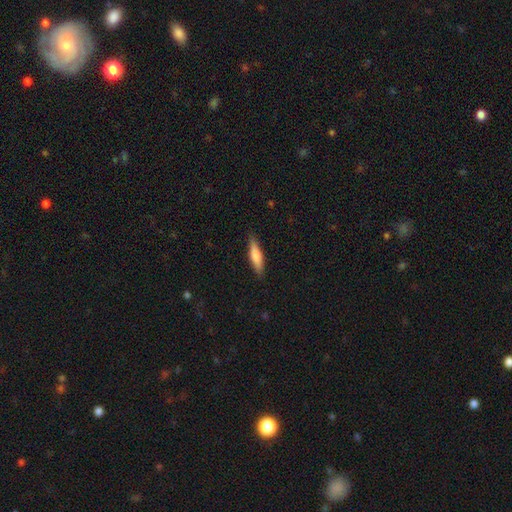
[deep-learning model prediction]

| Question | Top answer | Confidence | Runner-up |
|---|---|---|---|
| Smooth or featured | smooth | 70% | featured or disk (24%) |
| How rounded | cigar-shaped | 74% | in between (24%) |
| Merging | none | 87% | minor disturbance (10%) |